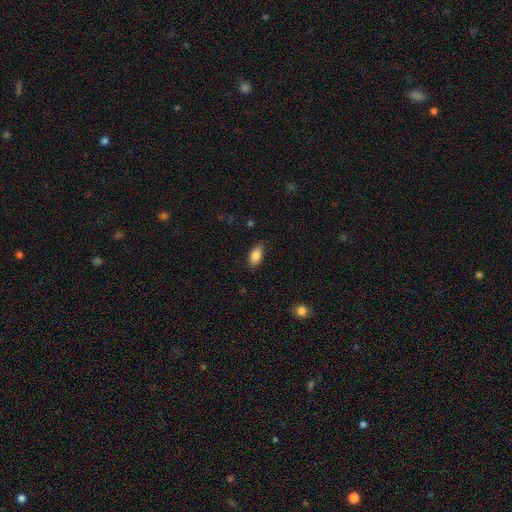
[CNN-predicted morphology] type=smooth (86%); roundness=in between (91%); merging=none (83%).